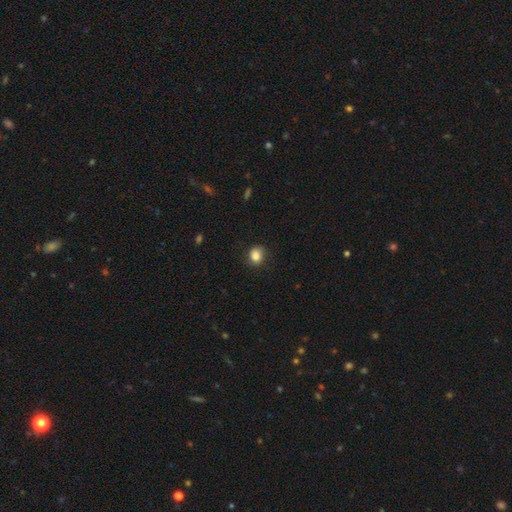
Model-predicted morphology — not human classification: The model was most divided on "how rounded": round: 65%, in between: 34%, cigar-shaped: 1%. More confident: smooth or featured — smooth (85%); merging — none (81%).